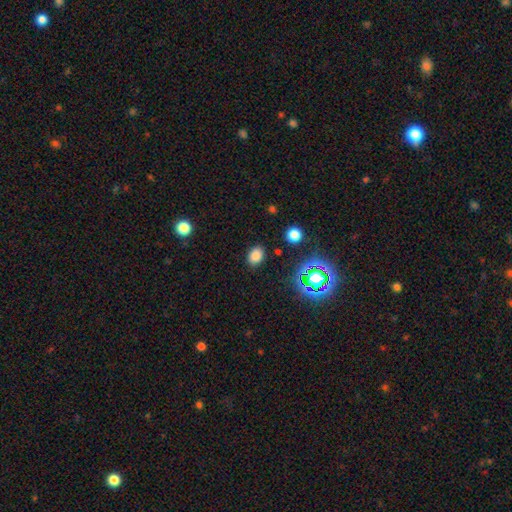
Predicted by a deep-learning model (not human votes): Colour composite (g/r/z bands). It shows a smooth galaxy with no disk features (78%) that is in between round and cigar-shaped (71%). Merging: none (86%).